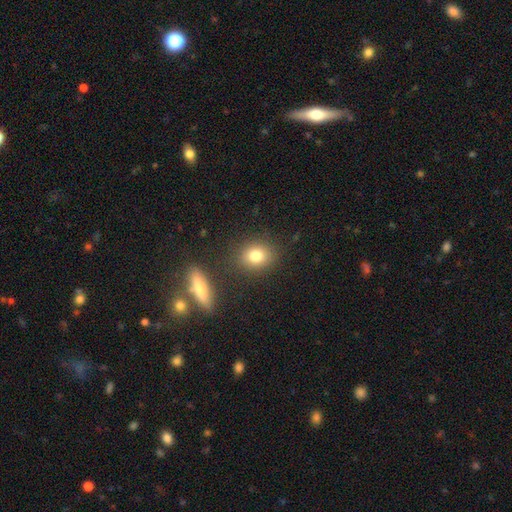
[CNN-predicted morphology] A smooth galaxy with no disk features (80%) that is round (56%).

Vote fractions:
- Smooth or featured? smooth: 80% / star or artifact: 10% / featured or disk: 10%
- How rounded? round: 56% / in between: 42% / cigar-shaped: 2%
- Merging? none: 82% / minor disturbance: 9% / merger: 5% / major disturbance: 3%